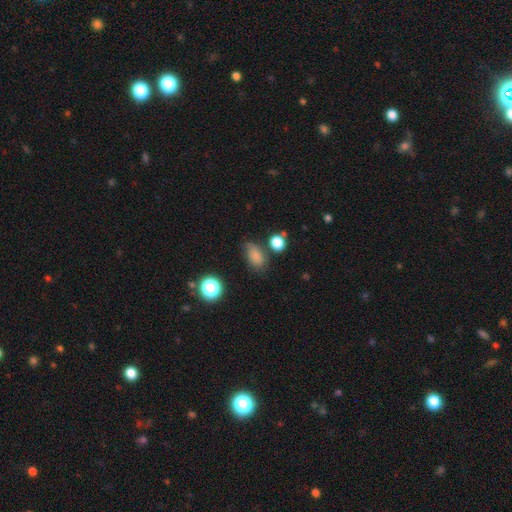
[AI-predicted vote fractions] smooth_or_featured: smooth (p=0.78) [alt: star or artifact p=0.13]
how_rounded: in between (p=0.83) [alt: round p=0.15]
merging: none (p=0.63) [alt: minor disturbance p=0.24]